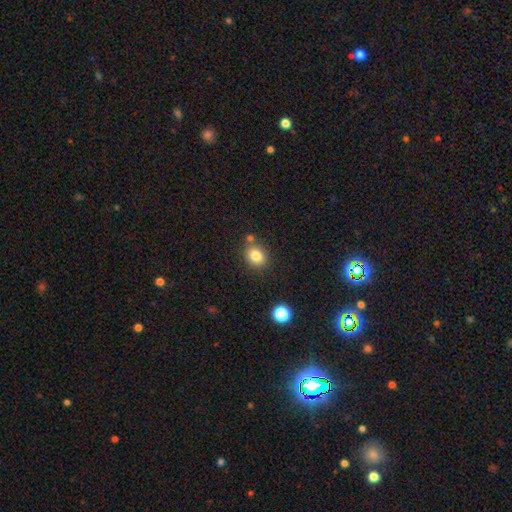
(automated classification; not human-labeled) Smooth or featured? smooth (81%)
How rounded? round (51%)
Merging? none (74%)